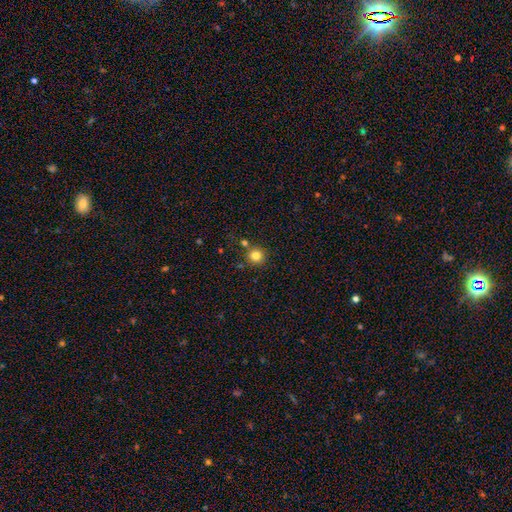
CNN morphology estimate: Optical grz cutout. It shows a smooth galaxy with no disk features (81%) that is round (94%). Merging: none (81%).